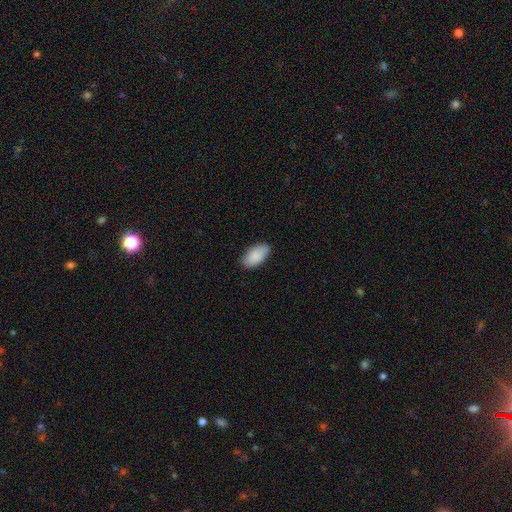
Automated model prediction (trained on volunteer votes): Q: Smooth or featured?
A: smooth (89%); runner-up: featured or disk (6%)
Q: How rounded?
A: in between (95%); runner-up: cigar-shaped (2%)
Q: Merging?
A: none (83%); runner-up: minor disturbance (14%)